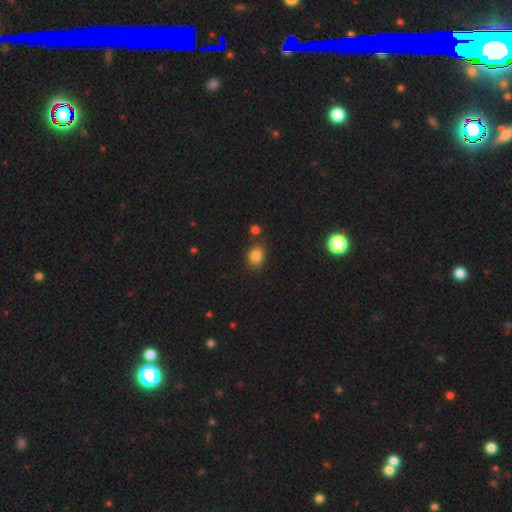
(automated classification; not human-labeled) The model was most divided on "how rounded": round: 52%, in between: 47%, cigar-shaped: 1%. More confident: smooth or featured — smooth (82%); merging — none (77%).